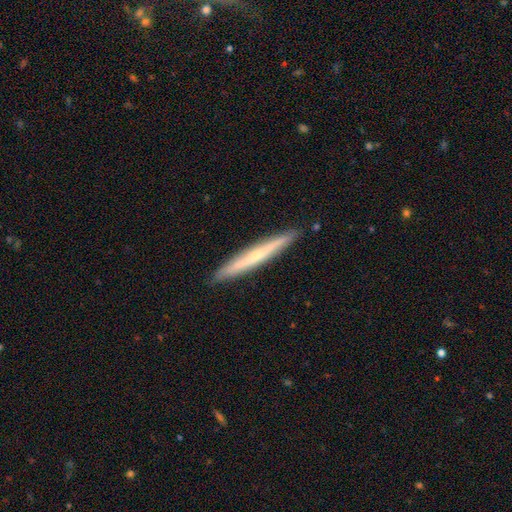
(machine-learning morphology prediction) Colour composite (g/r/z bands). It shows a featured or disk galaxy (52%) viewed edge-on (95%). Merging: none (91%).